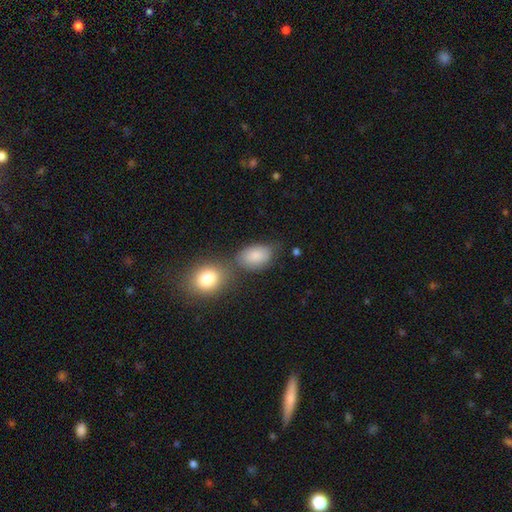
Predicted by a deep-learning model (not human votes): Smooth or featured?
  - smooth: 85% *
  - featured or disk: 8%
  - star or artifact: 7%
How rounded?
  - in between: 85% *
  - round: 14%
  - cigar-shaped: 1%
Merging?
  - none: 50% *
  - merger: 24%
  - minor disturbance: 19%
  - major disturbance: 7%